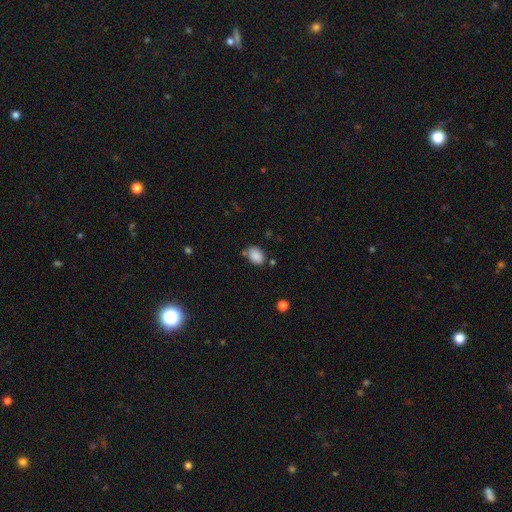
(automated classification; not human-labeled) Smooth or featured: smooth — 87% (star or artifact — 9%)
How rounded: in between — 73% (round — 26%)
Merging: none — 66% (minor disturbance — 20%)